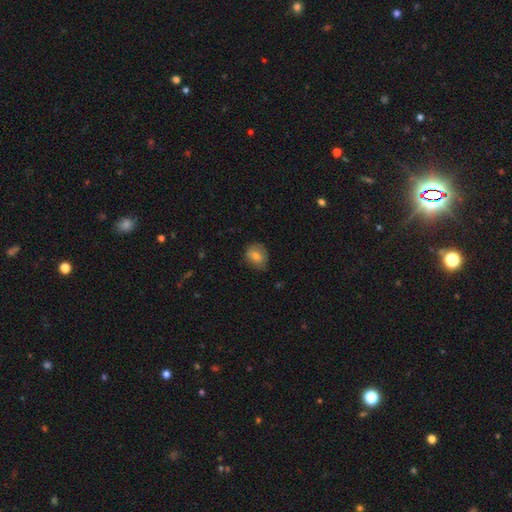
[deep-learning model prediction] Morphology: type=smooth (76%); roundness=round (57%); merging=none (72%).